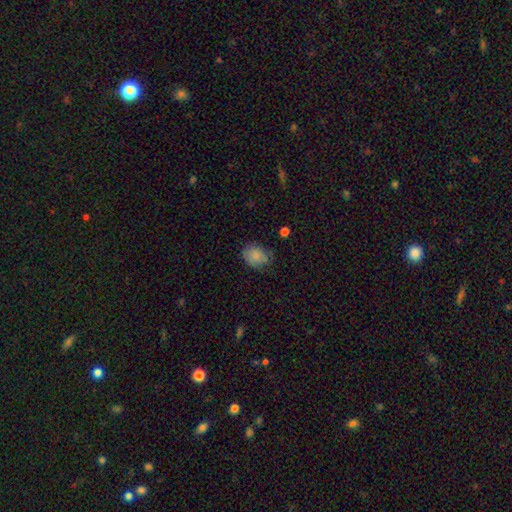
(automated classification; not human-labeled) Morphology: type=smooth (84%); roundness=in between (58%); merging=none (68%).